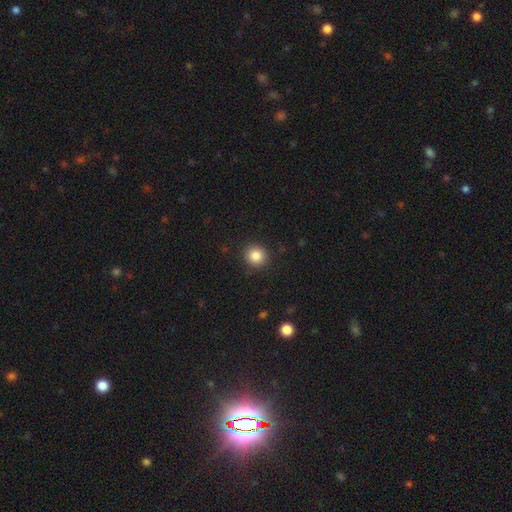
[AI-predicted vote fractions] This appears to be a smooth galaxy with no disk features (85%) that is round (90%). Merging: none (90%).